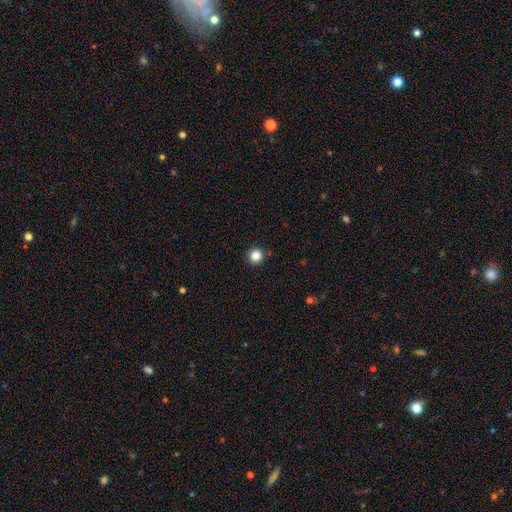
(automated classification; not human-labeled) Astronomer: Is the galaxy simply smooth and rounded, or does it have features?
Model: smooth — 84%.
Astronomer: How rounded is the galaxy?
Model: round — 95%.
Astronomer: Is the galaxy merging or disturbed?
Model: none — 90%.